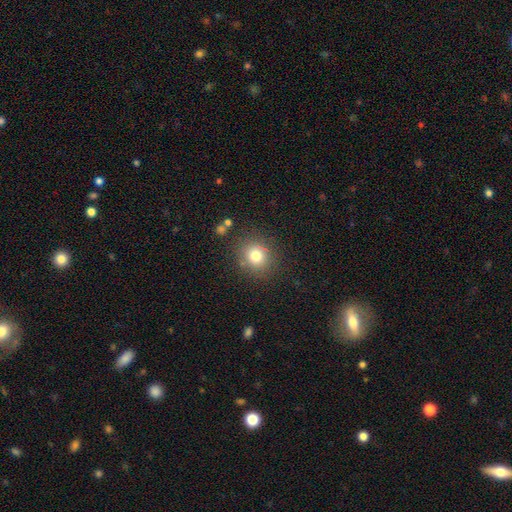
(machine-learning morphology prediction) smooth 78%, star or artifact 13%, featured or disk 9%. Down the decision tree: how rounded — round (83%); merging — none (84%).